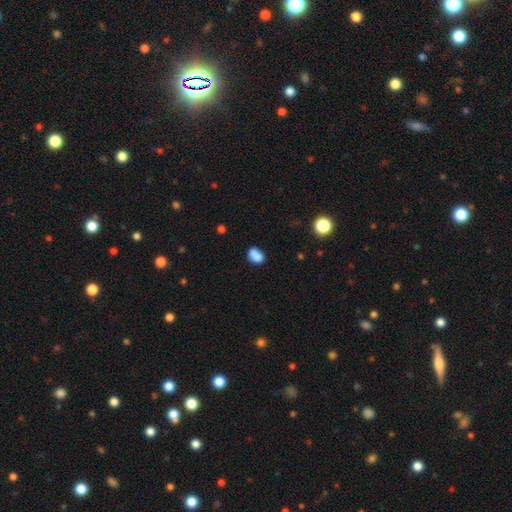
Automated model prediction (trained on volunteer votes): The model was most divided on "merging": none: 50%, minor disturbance: 22%, merger: 21%, major disturbance: 7%. More confident: smooth or featured — smooth (81%); how rounded — in between (75%).